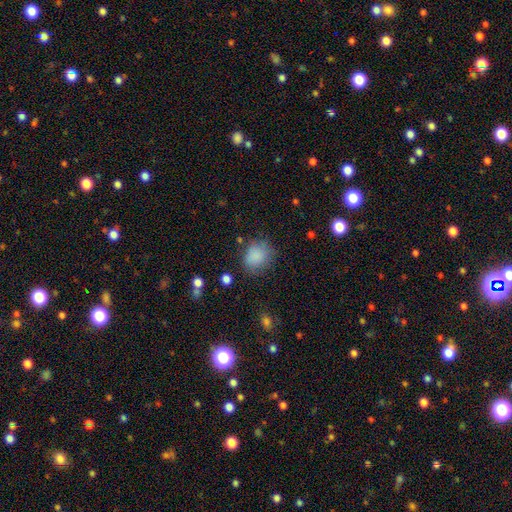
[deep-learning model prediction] Smooth or featured: smooth — 84% (star or artifact — 10%)
How rounded: round — 63% (in between — 36%)
Merging: none — 71% (minor disturbance — 19%)